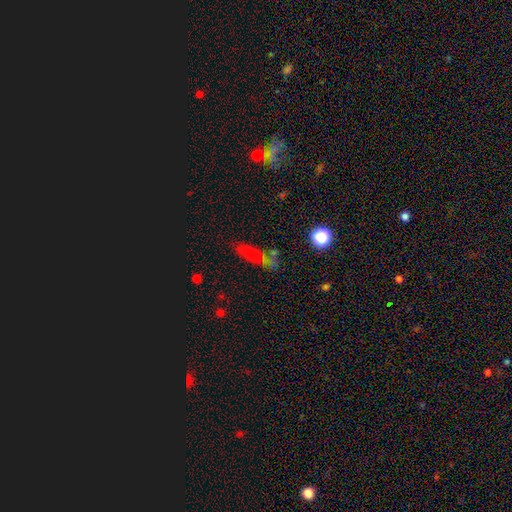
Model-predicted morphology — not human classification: Smooth or featured? Predicted: smooth (p=0.61). How rounded? Predicted: cigar-shaped (p=0.52). Merging? Predicted: none (p=0.64).